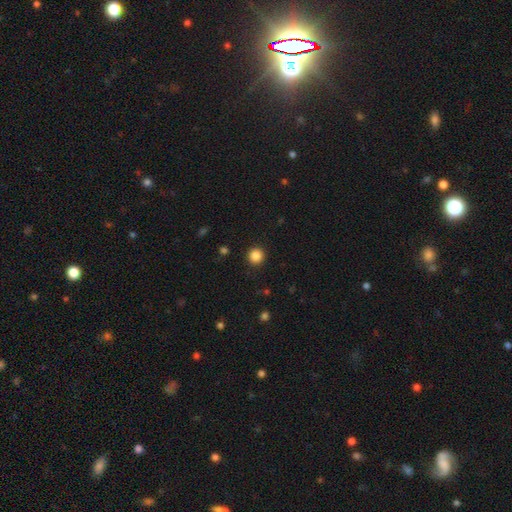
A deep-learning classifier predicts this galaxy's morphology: A smooth galaxy with no disk features (86%) that is round (95%).

Vote fractions:
- Smooth or featured? smooth: 86% / star or artifact: 11% / featured or disk: 3%
- How rounded? round: 95% / in between: 5% / cigar-shaped: 1%
- Merging? none: 93% / minor disturbance: 4% / major disturbance: 2% / merger: 1%